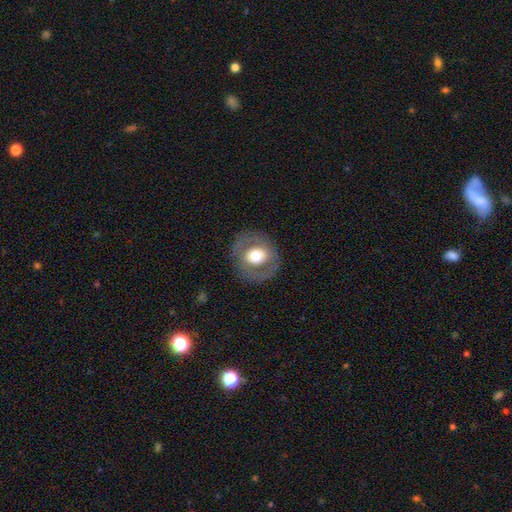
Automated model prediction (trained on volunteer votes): smooth 47%, featured or disk 45%, star or artifact 8%. Down the decision tree: merging — none (82%).